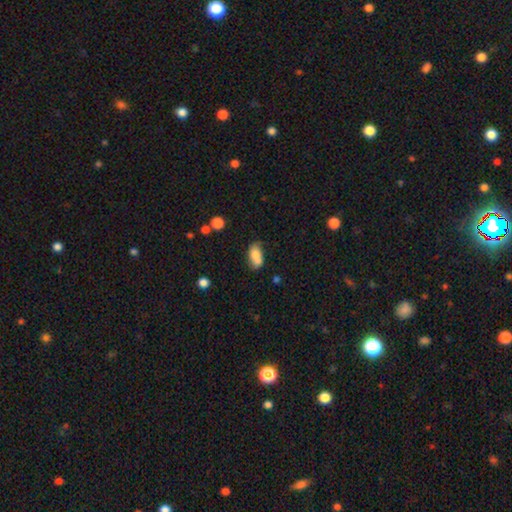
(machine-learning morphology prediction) smooth 74%, featured or disk 17%, star or artifact 9%. Down the decision tree: how rounded — in between (86%); merging — none (43%).